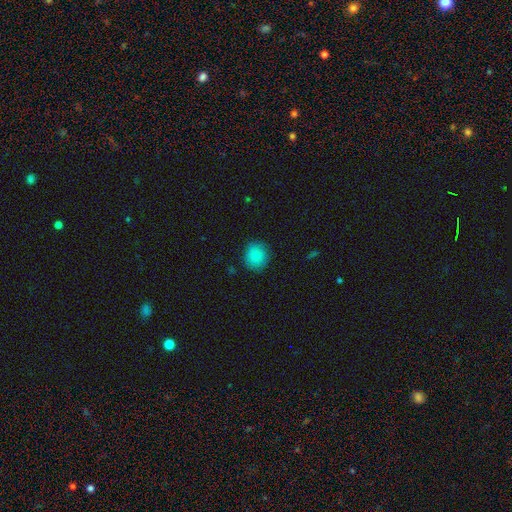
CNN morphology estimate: This is clearly a smooth galaxy (86%). How rounded: likely round (79%). Merging: clearly none (83%).